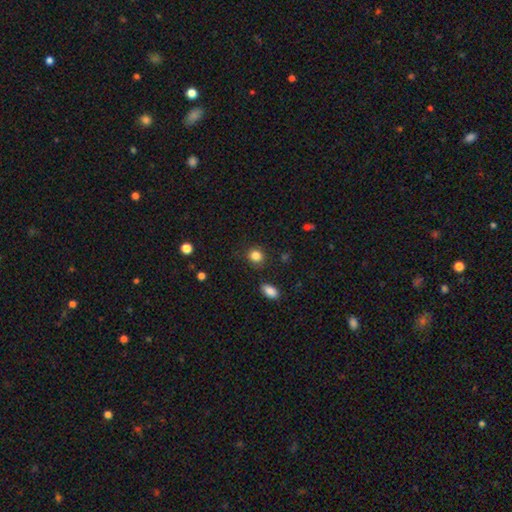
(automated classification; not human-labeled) This appears to be a smooth galaxy with no disk features (84%) that is round (80%). Merging: none (84%).